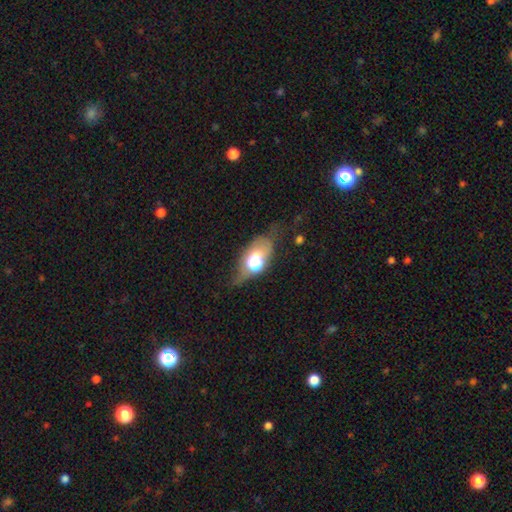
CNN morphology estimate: smooth_or_featured: smooth (p=0.50) [alt: featured or disk p=0.35]
how_rounded: in between (p=0.78) [alt: round p=0.14]
merging: none (p=0.45) [alt: minor disturbance p=0.26]